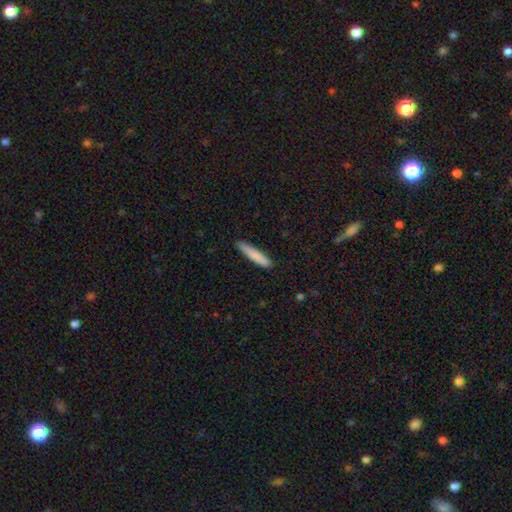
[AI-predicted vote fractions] The model was most divided on "smooth or featured": smooth: 83%, featured or disk: 11%, star or artifact: 6%. More confident: how rounded — cigar-shaped (90%); merging — none (85%).